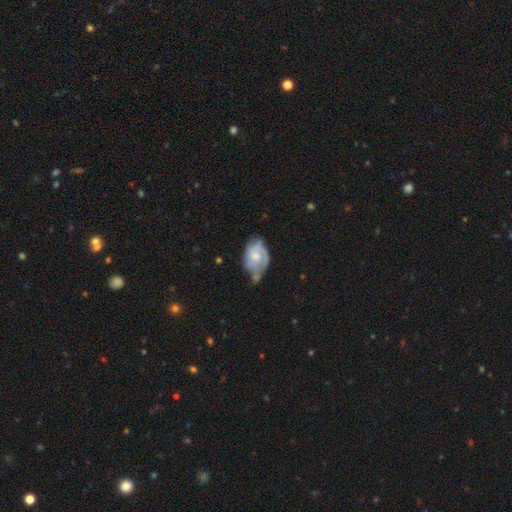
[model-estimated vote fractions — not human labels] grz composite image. It shows a featured or disk galaxy (68%) with no bar (66%), 2 (51%) tight (50%) spiral arms (89%) and a moderate central bulge (46%). Merging: none (41%).